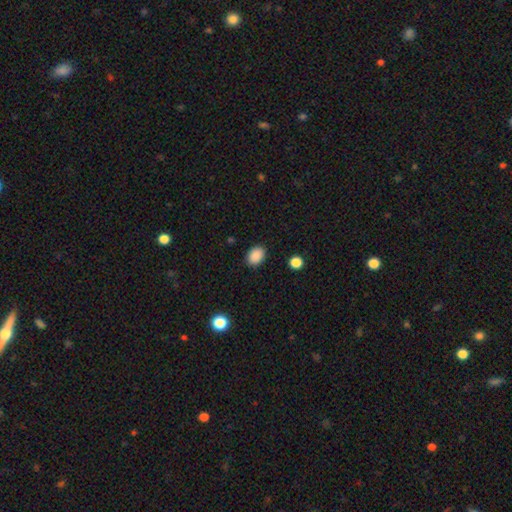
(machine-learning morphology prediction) This is clearly a smooth galaxy (89%). How rounded: likely in between (71%). Merging: clearly none (87%).